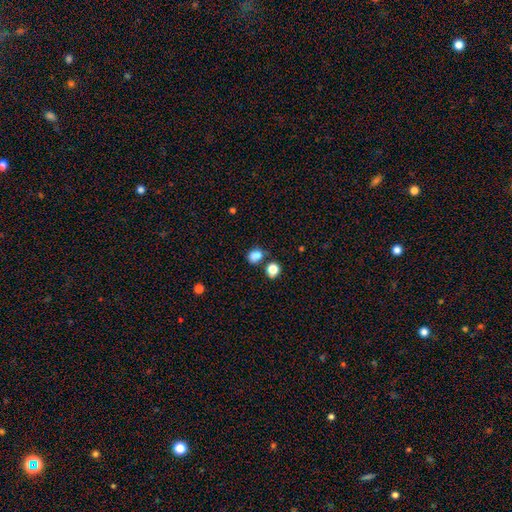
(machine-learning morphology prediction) Smooth or featured?
  - smooth: 80% *
  - star or artifact: 14%
  - featured or disk: 6%
How rounded?
  - round: 51% *
  - in between: 48%
  - cigar-shaped: 1%
Merging?
  - none: 56% *
  - merger: 19%
  - minor disturbance: 18%
  - major disturbance: 7%